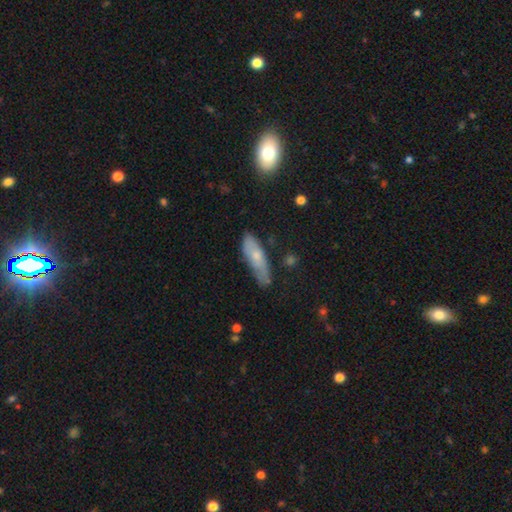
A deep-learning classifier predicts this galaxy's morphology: smooth_or_featured: smooth (p=0.65) [alt: featured or disk p=0.29]
how_rounded: cigar-shaped (p=0.50) [alt: in between p=0.48]
merging: none (p=0.64) [alt: minor disturbance p=0.28]